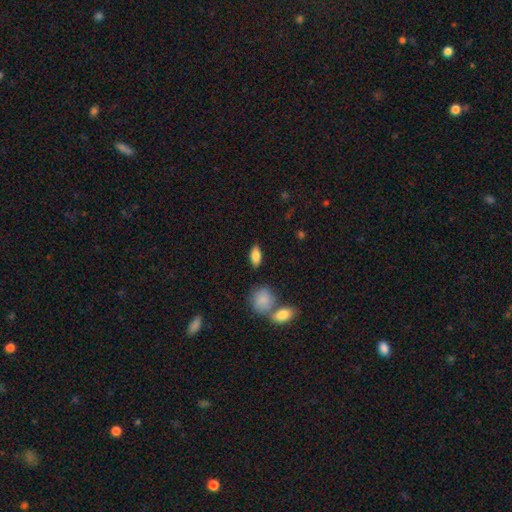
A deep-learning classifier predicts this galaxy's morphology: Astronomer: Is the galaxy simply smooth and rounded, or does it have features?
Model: smooth — 81%.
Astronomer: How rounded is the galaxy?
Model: in between — 84%.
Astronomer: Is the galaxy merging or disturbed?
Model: none — 84%.